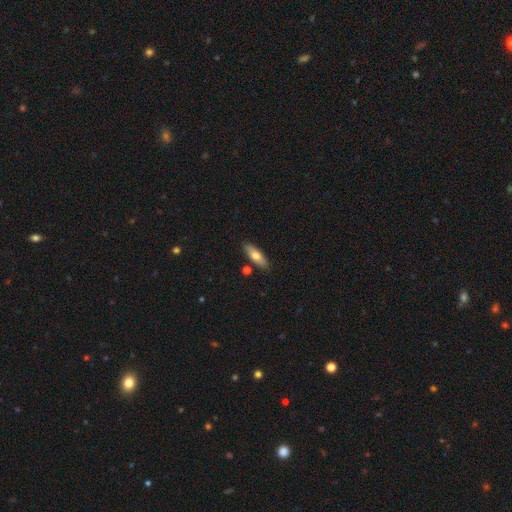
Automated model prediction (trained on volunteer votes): Smooth or featured: smooth — 67% (featured or disk — 27%)
How rounded: in between — 57% (cigar-shaped — 41%)
Merging: none — 85% (minor disturbance — 10%)